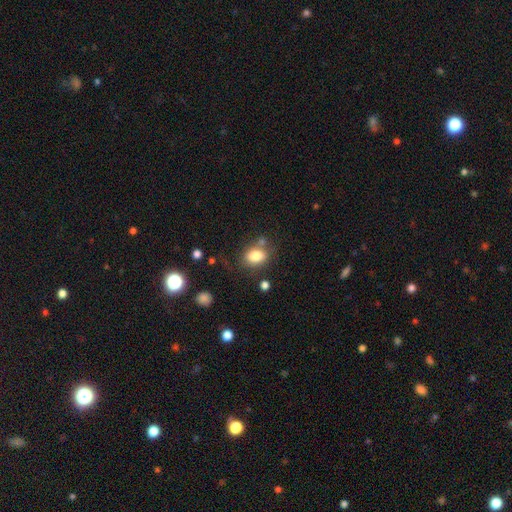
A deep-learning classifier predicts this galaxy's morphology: A smooth galaxy with no disk features (81%) that is in between round and cigar-shaped (69%). Merging: none (66%).